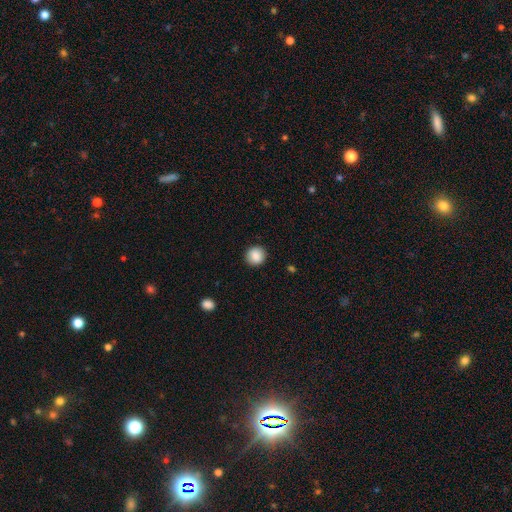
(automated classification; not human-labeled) This is clearly a smooth galaxy (88%). How rounded: clearly round (92%). Merging: clearly none (91%).